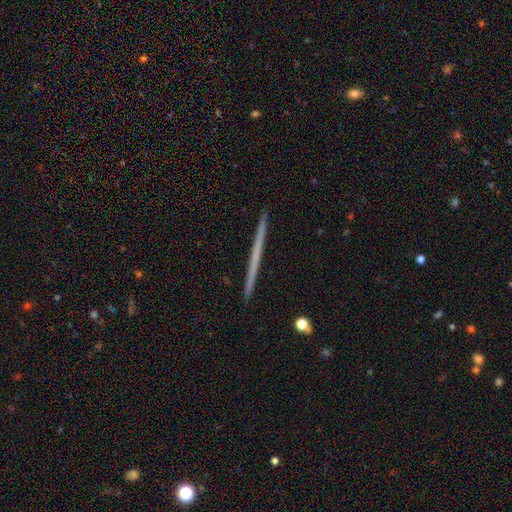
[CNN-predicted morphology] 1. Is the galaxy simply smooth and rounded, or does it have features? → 55% featured or disk, 38% smooth, 6% star or artifact.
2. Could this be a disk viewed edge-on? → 98% yes, 2% no.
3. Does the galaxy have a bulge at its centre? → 93% none, 5% rounded, 2% boxy.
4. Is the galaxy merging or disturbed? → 93% none, 4% minor disturbance, 1% major disturbance, 1% merger.